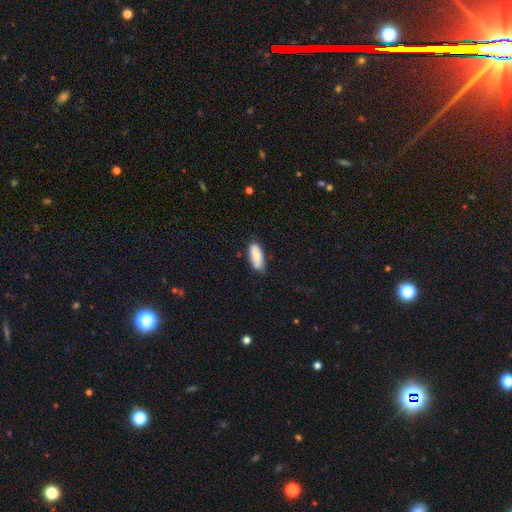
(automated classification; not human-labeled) Morphology: type=smooth (80%); roundness=in between (80%); merging=none (74%).